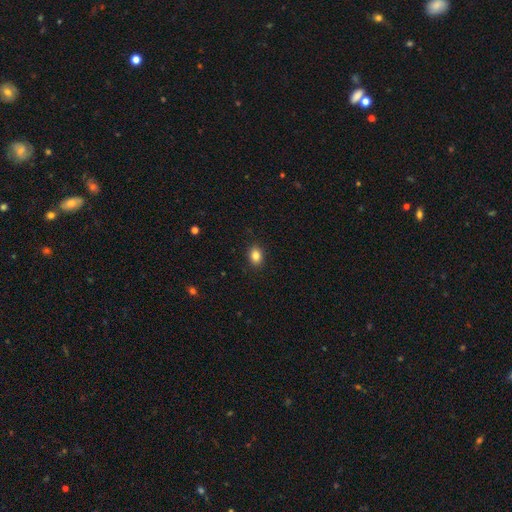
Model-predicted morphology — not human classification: smooth_or_featured: smooth (p=0.85) [alt: star or artifact p=0.10]
how_rounded: in between (p=0.65) [alt: round p=0.34]
merging: none (p=0.89) [alt: minor disturbance p=0.08]